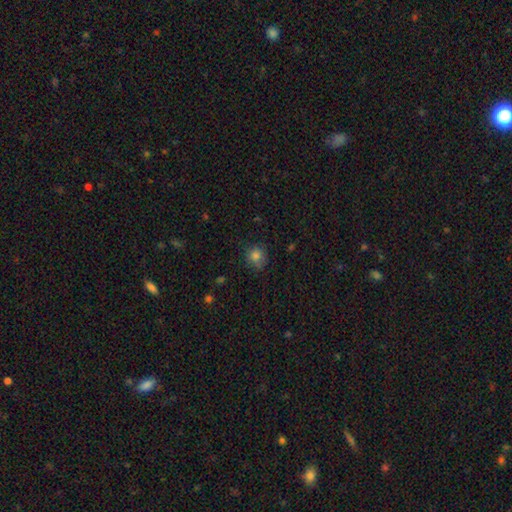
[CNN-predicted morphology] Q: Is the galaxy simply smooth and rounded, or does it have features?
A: smooth — 81%.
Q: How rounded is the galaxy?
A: round — 83%.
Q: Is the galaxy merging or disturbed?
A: none — 76%.